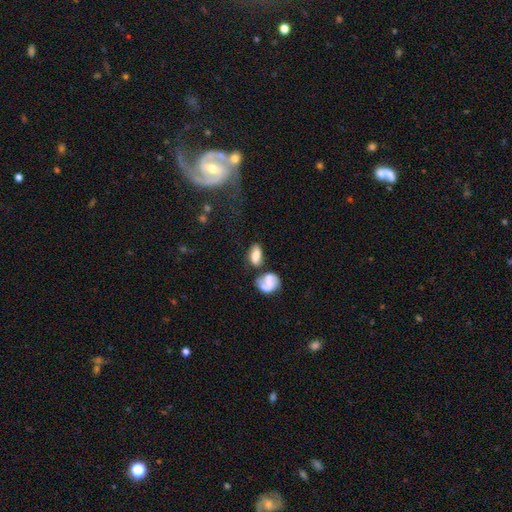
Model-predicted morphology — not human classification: Smooth or featured? smooth (71%)
How rounded? in between (88%)
Merging? none (51%)